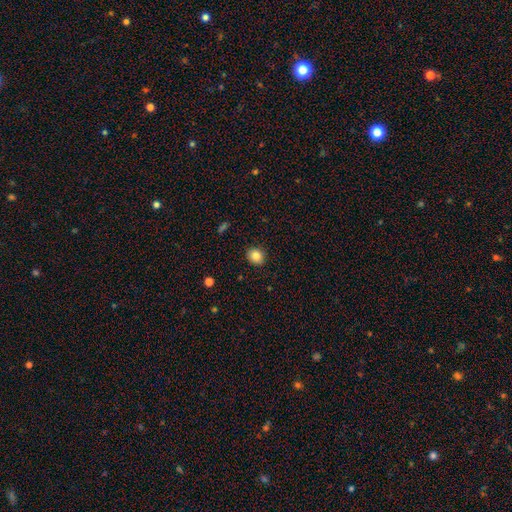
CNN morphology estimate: The model was most divided on "how rounded": round: 71%, in between: 28%, cigar-shaped: 1%. More confident: merging — none (90%); smooth or featured — smooth (84%).